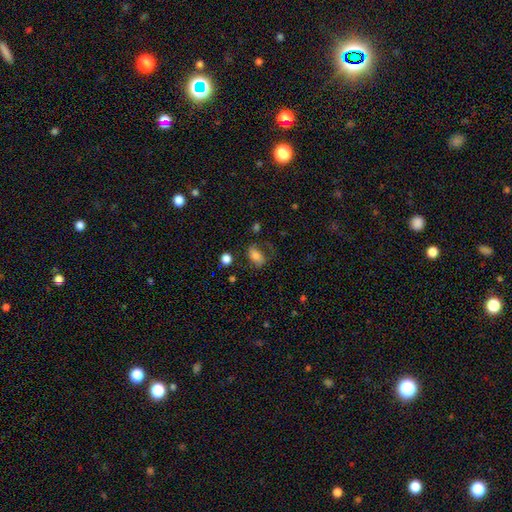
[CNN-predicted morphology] A smooth galaxy with no disk features (69%) that is in between round and cigar-shaped (87%).

Vote fractions:
- Smooth or featured? smooth: 69% / featured or disk: 22% / star or artifact: 10%
- How rounded? in between: 87% / round: 10% / cigar-shaped: 3%
- Merging? none: 56% / minor disturbance: 23% / major disturbance: 18% / merger: 3%